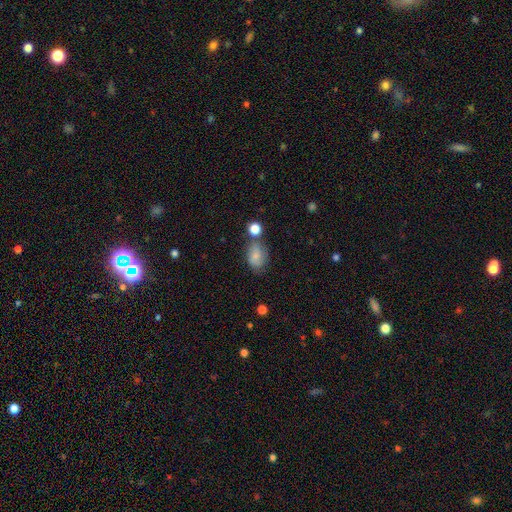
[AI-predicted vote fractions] smooth_or_featured: smooth (p=0.70) [alt: featured or disk p=0.19]
how_rounded: in between (p=0.71) [alt: round p=0.27]
merging: none (p=0.56) [alt: minor disturbance p=0.22]